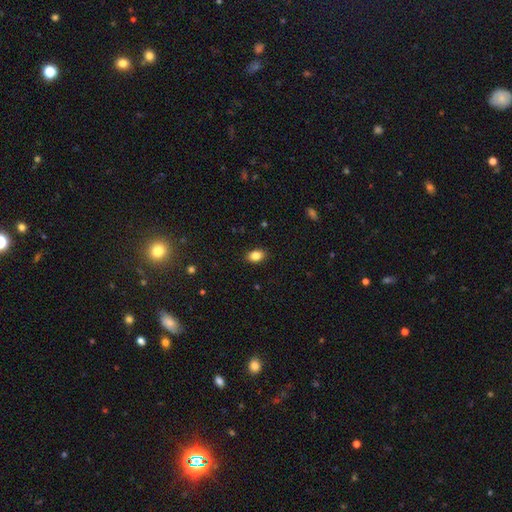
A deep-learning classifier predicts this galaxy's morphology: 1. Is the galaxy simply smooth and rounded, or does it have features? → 85% smooth, 9% star or artifact, 6% featured or disk.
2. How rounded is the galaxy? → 82% in between, 16% round, 2% cigar-shaped.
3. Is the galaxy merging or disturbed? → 88% none, 9% minor disturbance, 2% major disturbance, 1% merger.